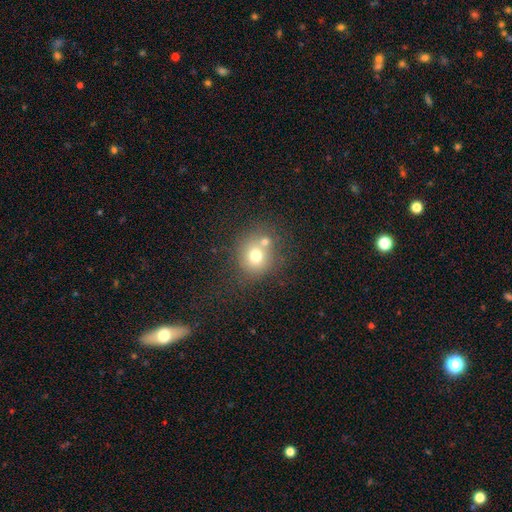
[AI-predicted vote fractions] The model was most divided on "merging": none: 54%, merger: 30%, minor disturbance: 11%, major disturbance: 5%. More confident: how rounded — round (83%); smooth or featured — smooth (71%).